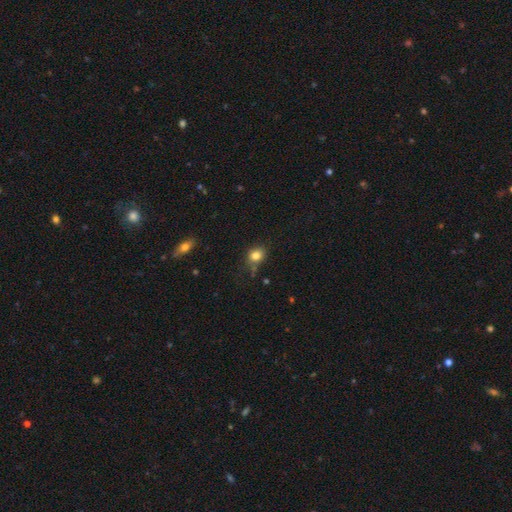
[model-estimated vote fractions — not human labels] This appears to be a smooth galaxy with no disk features (81%) that is round (55%). Merging: none (70%).